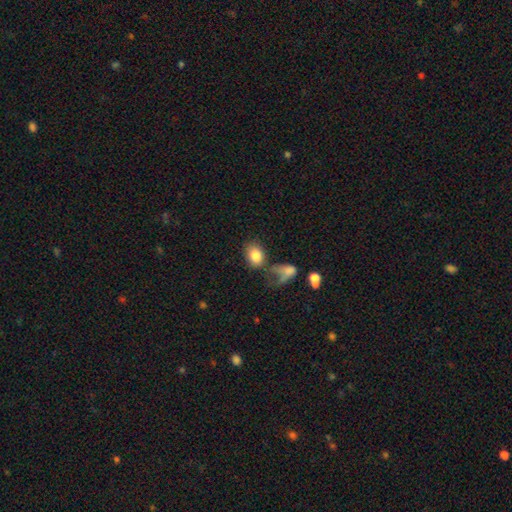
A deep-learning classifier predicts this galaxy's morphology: Q: Smooth or featured?
A: smooth (82%); runner-up: featured or disk (10%)
Q: How rounded?
A: in between (71%); runner-up: round (28%)
Q: Merging?
A: none (42%); runner-up: merger (23%)